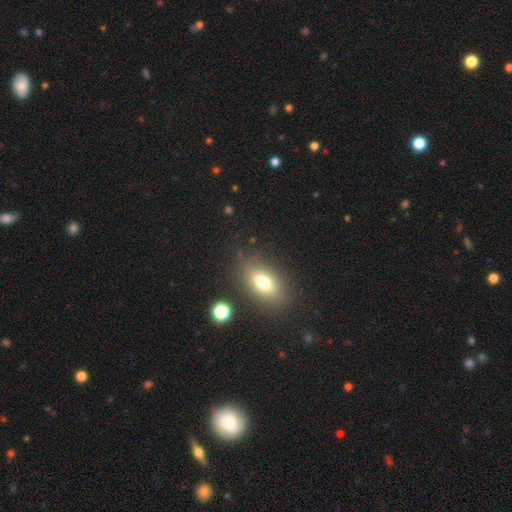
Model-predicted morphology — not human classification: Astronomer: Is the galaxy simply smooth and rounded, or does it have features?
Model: smooth — 67%.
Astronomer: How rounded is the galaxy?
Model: in between — 81%.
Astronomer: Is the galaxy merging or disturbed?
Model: none — 85%.